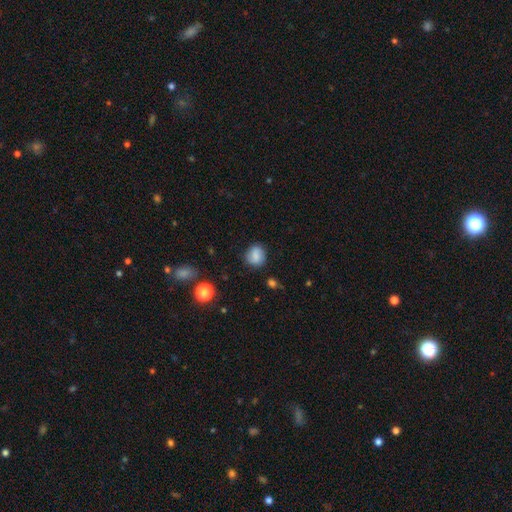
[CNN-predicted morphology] smooth_or_featured: smooth (p=0.81) [alt: star or artifact p=0.09]
how_rounded: round (p=0.75) [alt: in between p=0.24]
merging: none (p=0.81) [alt: minor disturbance p=0.14]